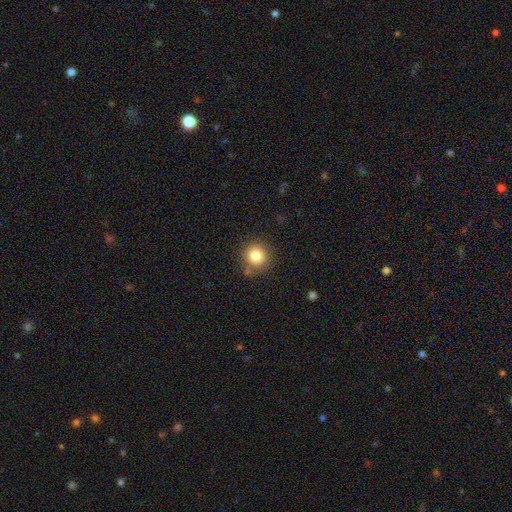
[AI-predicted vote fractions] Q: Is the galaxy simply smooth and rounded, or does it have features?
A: smooth — 83%.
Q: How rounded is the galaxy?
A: round — 92%.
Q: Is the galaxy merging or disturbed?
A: none — 80%.